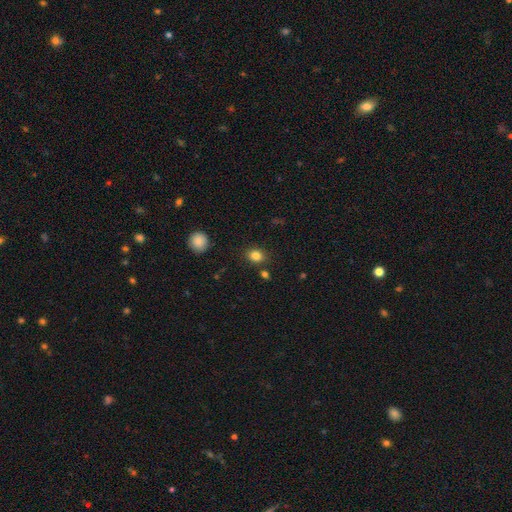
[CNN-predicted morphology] A smooth galaxy with no disk features (83%) that is round (56%).

Vote fractions:
- Smooth or featured? smooth: 83% / star or artifact: 11% / featured or disk: 5%
- How rounded? round: 56% / in between: 43% / cigar-shaped: 1%
- Merging? none: 83% / minor disturbance: 10% / merger: 4% / major disturbance: 3%